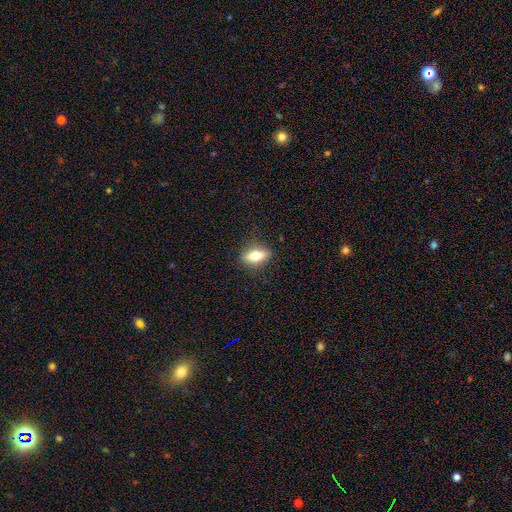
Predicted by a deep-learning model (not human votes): This appears to be a smooth galaxy with no disk features (62%) that is in between round and cigar-shaped (72%). Merging: none (85%).